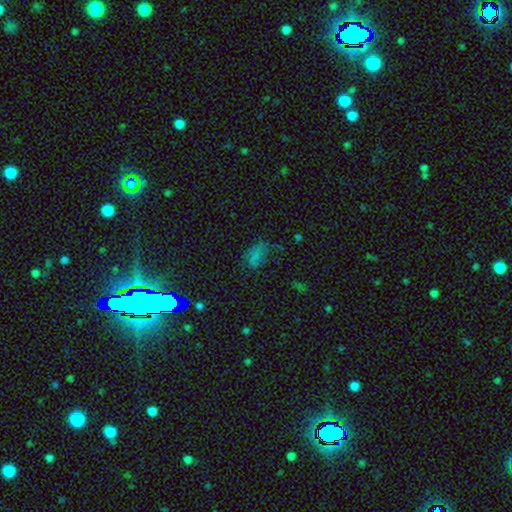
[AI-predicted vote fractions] A smooth galaxy with no disk features (54%) that is in between round and cigar-shaped (87%). Merging: none (48%).